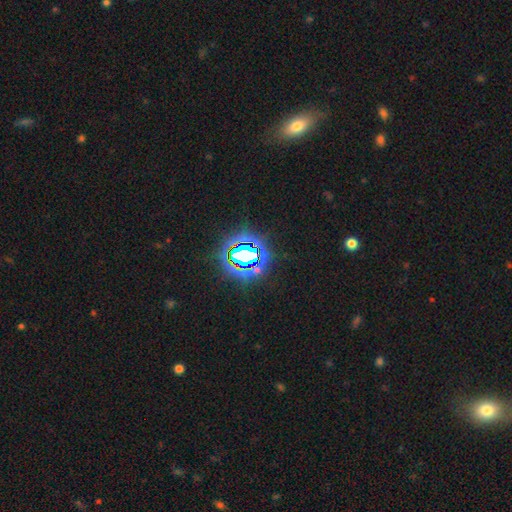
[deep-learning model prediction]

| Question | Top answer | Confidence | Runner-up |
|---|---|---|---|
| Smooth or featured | star or artifact | 73% | smooth (18%) |